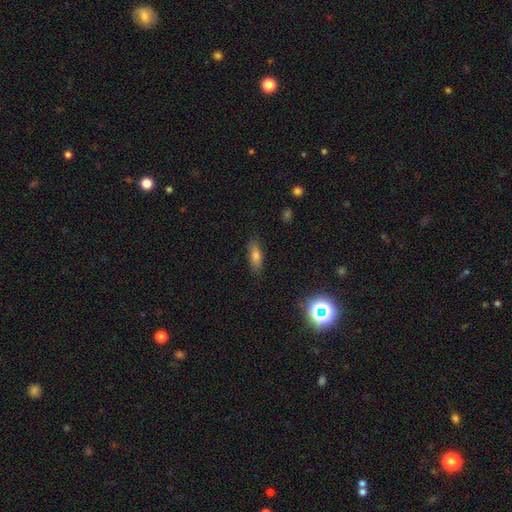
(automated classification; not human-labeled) Q: Smooth or featured?
A: smooth (72%); runner-up: featured or disk (17%)
Q: How rounded?
A: in between (67%); runner-up: cigar-shaped (30%)
Q: Merging?
A: none (84%); runner-up: minor disturbance (12%)